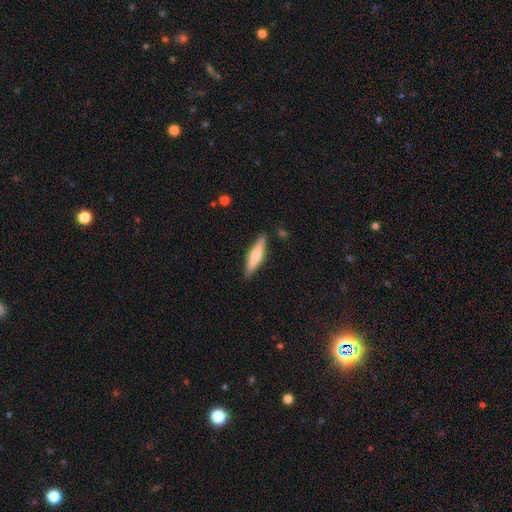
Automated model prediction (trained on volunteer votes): Q: Smooth or featured?
A: smooth (62%); runner-up: featured or disk (33%)
Q: How rounded?
A: cigar-shaped (80%); runner-up: in between (18%)
Q: Merging?
A: none (86%); runner-up: minor disturbance (10%)